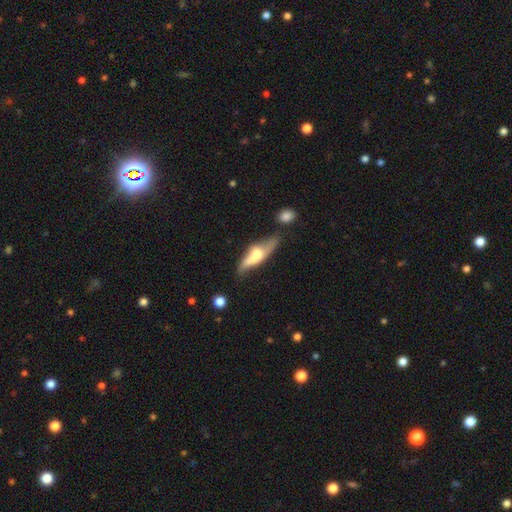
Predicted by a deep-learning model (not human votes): smooth-or-featured: featured or disk: 50% | smooth: 44% | star or artifact: 7%
  merging: none: 40% | minor disturbance: 29% | major disturbance: 17% | merger: 15%